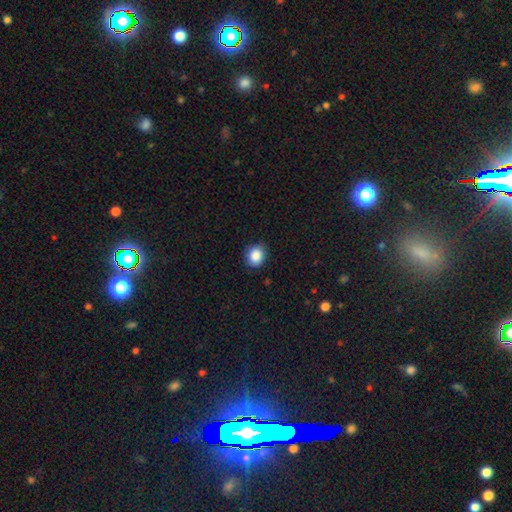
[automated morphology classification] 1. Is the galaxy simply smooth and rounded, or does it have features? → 87% smooth, 9% star or artifact, 4% featured or disk.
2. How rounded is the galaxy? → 71% round, 28% in between, 1% cigar-shaped.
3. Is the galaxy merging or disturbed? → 85% none, 12% minor disturbance, 2% major disturbance, 1% merger.